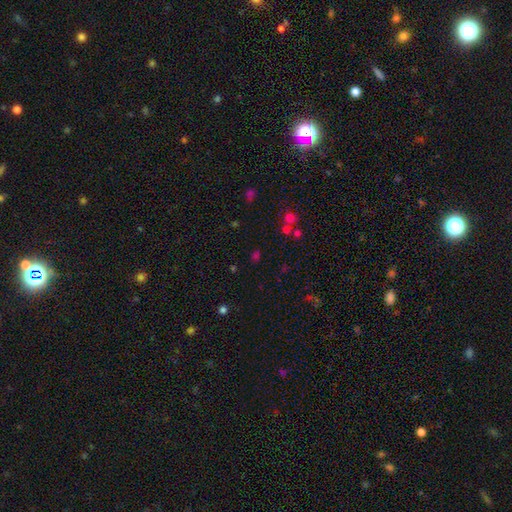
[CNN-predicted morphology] smooth 48%, star or artifact 44%, featured or disk 8%. Down the decision tree: merging — none (71%).